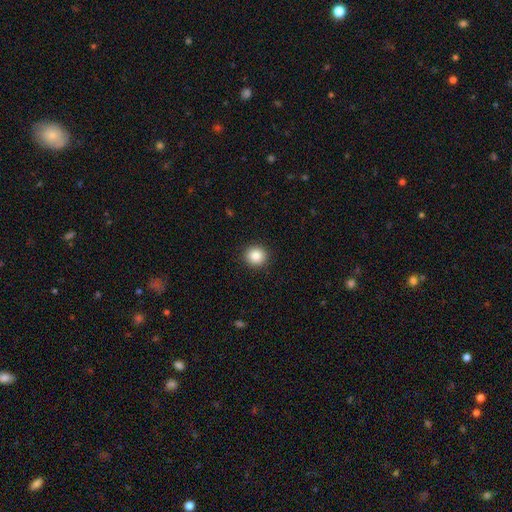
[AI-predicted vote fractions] This is clearly a smooth galaxy (86%). How rounded: clearly round (93%). Merging: clearly none (92%).